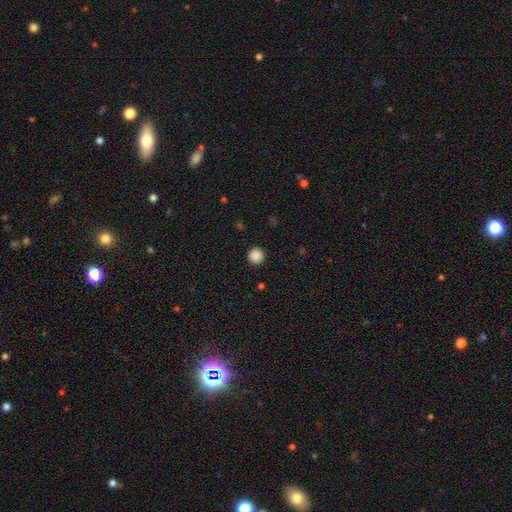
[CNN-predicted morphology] smooth-or-featured: smooth: 88% | star or artifact: 10% | featured or disk: 2%
  how-rounded: round: 96% | in between: 3% | cigar-shaped: 1%
  merging: none: 93% | minor disturbance: 4% | major disturbance: 2% | merger: 1%